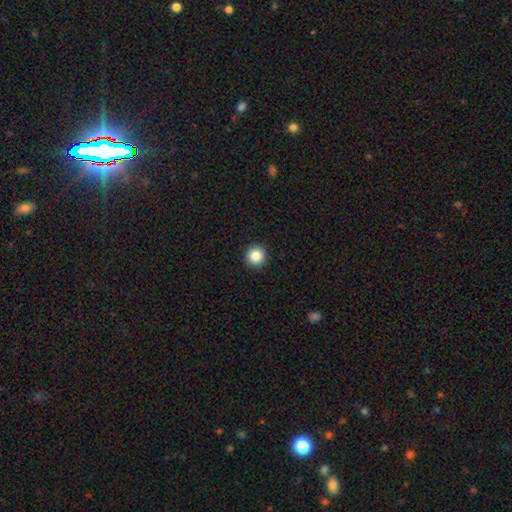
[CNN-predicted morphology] Smooth or featured? smooth (85%)
How rounded? round (96%)
Merging? none (94%)